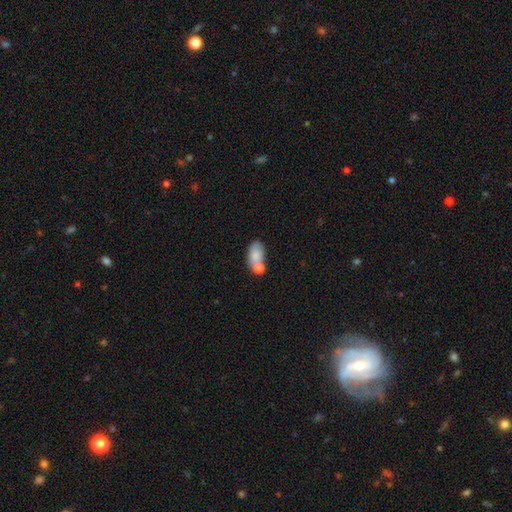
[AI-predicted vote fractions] smooth_or_featured: smooth (p=0.76) [alt: featured or disk p=0.16]
how_rounded: in between (p=0.88) [alt: round p=0.09]
merging: merger (p=0.38) [tied with: none p=0.38]